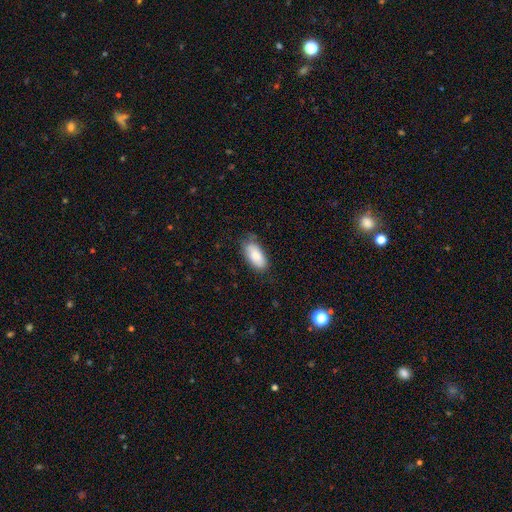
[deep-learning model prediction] Smooth or featured?
  - smooth: 84% *
  - featured or disk: 9%
  - star or artifact: 6%
How rounded?
  - in between: 89% *
  - cigar-shaped: 9%
  - round: 2%
Merging?
  - none: 73% *
  - minor disturbance: 21%
  - major disturbance: 4%
  - merger: 2%